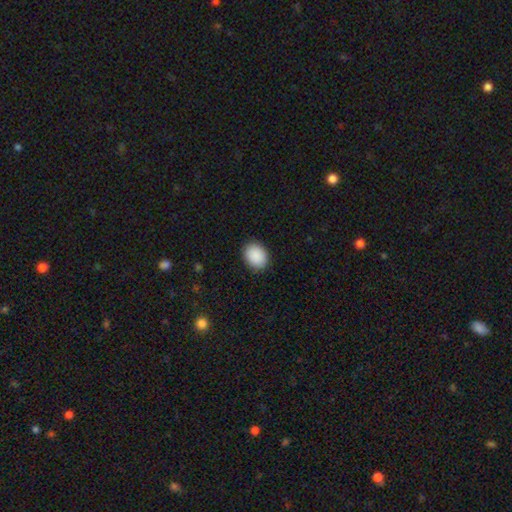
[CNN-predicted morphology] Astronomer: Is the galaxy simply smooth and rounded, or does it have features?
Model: smooth — 91%.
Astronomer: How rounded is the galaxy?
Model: in between — 60% (runner-up: round, 40%).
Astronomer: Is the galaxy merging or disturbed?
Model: none — 88%.